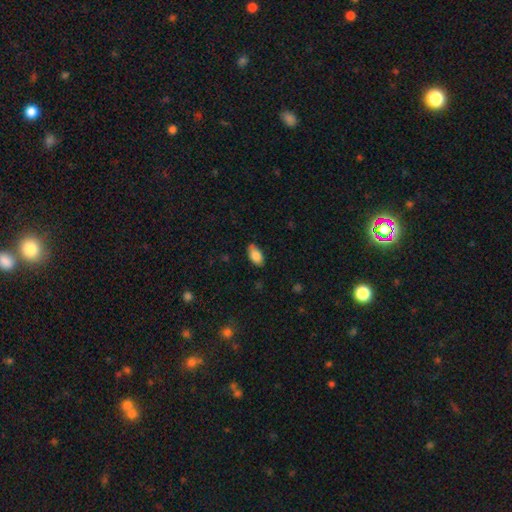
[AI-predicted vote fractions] smooth_or_featured: smooth (p=0.84) [alt: featured or disk p=0.09]
how_rounded: in between (p=0.93) [alt: round p=0.03]
merging: none (p=0.76) [alt: minor disturbance p=0.20]